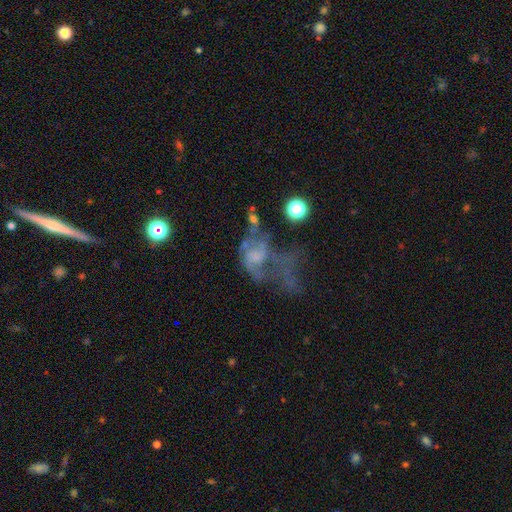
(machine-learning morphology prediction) type=featured or disk (59%); edge-on=no (97%); bar=no (74%); spiral arms=no (56%); bulge=none (48%); merging=major disturbance (51%).